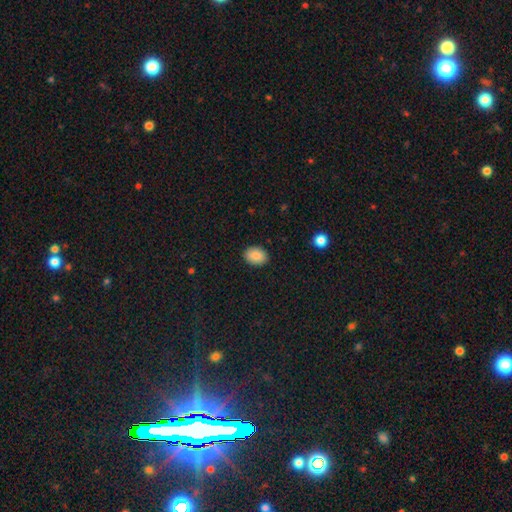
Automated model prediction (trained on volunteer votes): A smooth galaxy with no disk features (89%) that is in between round and cigar-shaped (74%).

Vote fractions:
- Smooth or featured? smooth: 89% / star or artifact: 7% / featured or disk: 4%
- How rounded? in between: 74% / round: 25% / cigar-shaped: 1%
- Merging? none: 90% / minor disturbance: 7% / major disturbance: 2% / merger: 1%